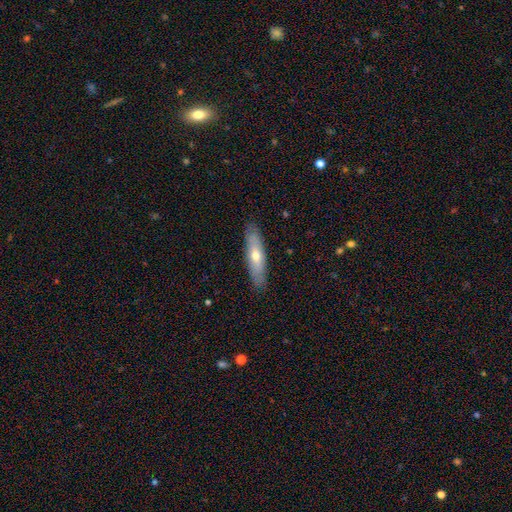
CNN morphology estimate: This appears to be a smooth galaxy with no disk features (53%) that is cigar-shaped (63%). Merging: none (88%).